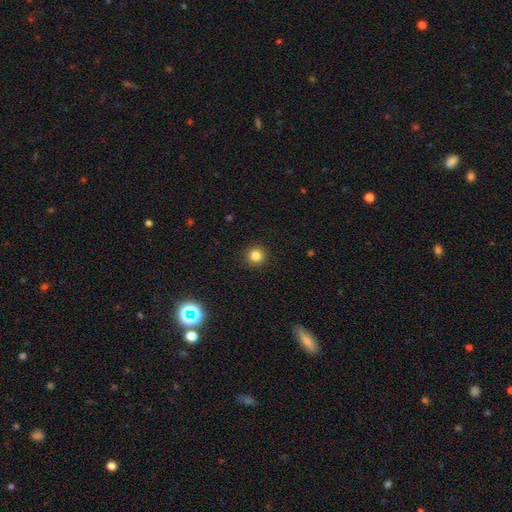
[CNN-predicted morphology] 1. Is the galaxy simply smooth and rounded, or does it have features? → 84% smooth, 12% star or artifact, 5% featured or disk.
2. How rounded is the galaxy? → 94% round, 5% in between, 1% cigar-shaped.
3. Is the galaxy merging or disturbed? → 92% none, 5% minor disturbance, 2% major disturbance, 1% merger.